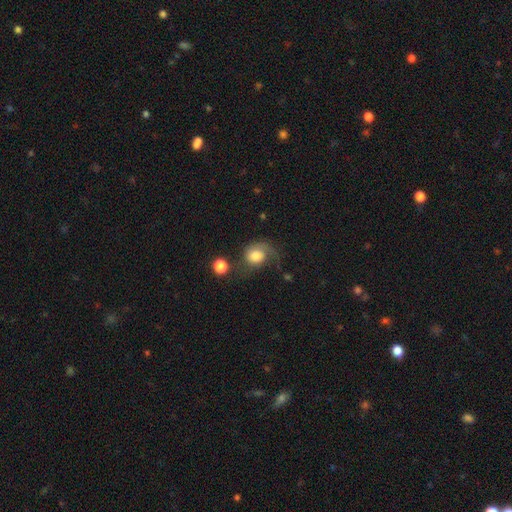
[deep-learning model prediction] Overall: smooth (60%; featured or disk 31%). How rounded: round (61%; in between 38%). Merging: major disturbance (36%; none 32%).